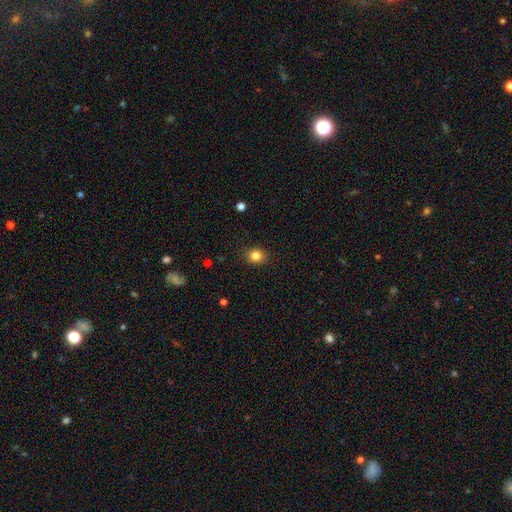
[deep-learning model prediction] smooth_or_featured: smooth (p=0.83) [alt: star or artifact p=0.12]
how_rounded: round (p=0.73) [alt: in between p=0.26]
merging: none (p=0.89) [alt: minor disturbance p=0.08]